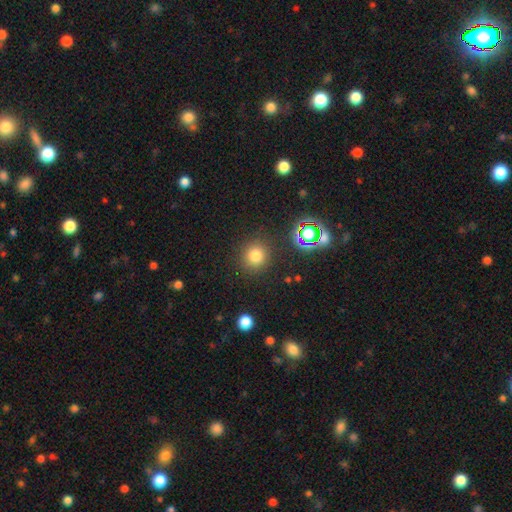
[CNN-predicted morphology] Smooth or featured? Predicted: smooth (p=0.76). How rounded? Predicted: round (p=0.91). Merging? Predicted: none (p=0.87).